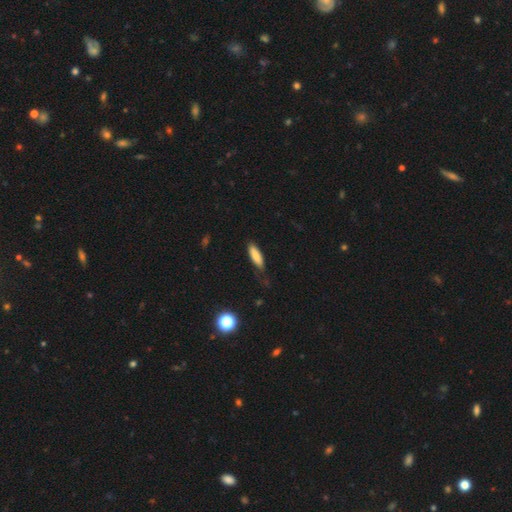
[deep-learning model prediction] smooth-or-featured: smooth: 82% | featured or disk: 11% | star or artifact: 7%
  how-rounded: in between: 51% | cigar-shaped: 47% | round: 2%
  merging: none: 62% | minor disturbance: 27% | major disturbance: 9% | merger: 2%